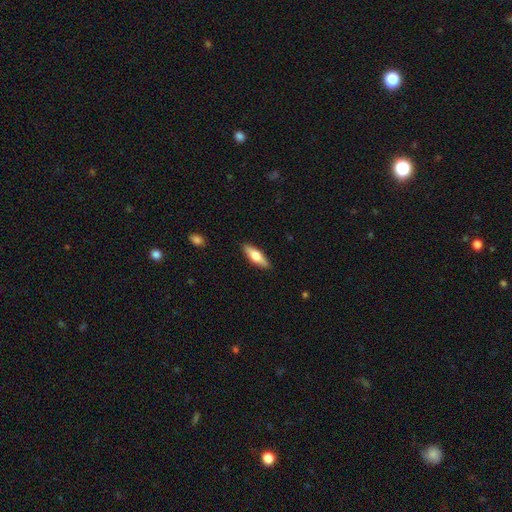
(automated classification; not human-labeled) smooth 57%, featured or disk 37%, star or artifact 5%. Down the decision tree: how rounded — cigar-shaped (52%); merging — none (89%).